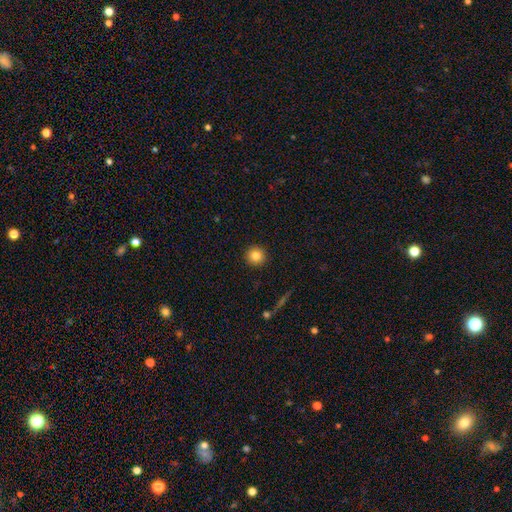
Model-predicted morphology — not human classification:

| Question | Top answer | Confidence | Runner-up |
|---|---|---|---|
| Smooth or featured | smooth | 84% | star or artifact (10%) |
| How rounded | round | 95% | in between (4%) |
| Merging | none | 93% | minor disturbance (5%) |